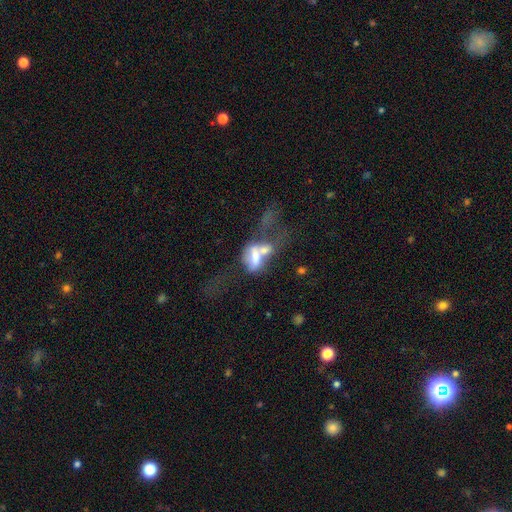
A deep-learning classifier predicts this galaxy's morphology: A smooth galaxy with no disk features (47%). Merging: merger (62%).